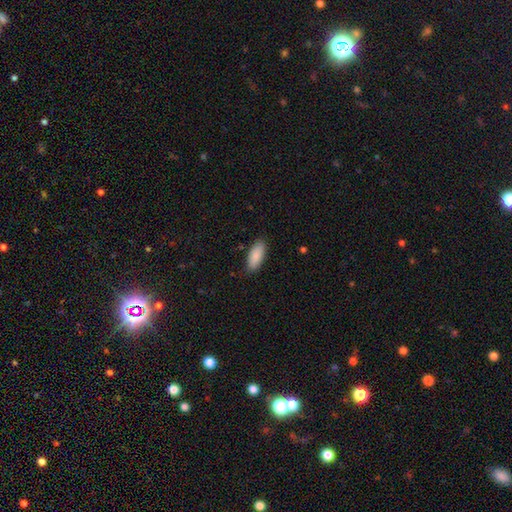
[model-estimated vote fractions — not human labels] Smooth or featured?
  - smooth: 89% *
  - star or artifact: 6%
  - featured or disk: 5%
How rounded?
  - in between: 82% *
  - cigar-shaped: 17%
  - round: 2%
Merging?
  - none: 84% *
  - minor disturbance: 12%
  - major disturbance: 2%
  - merger: 1%